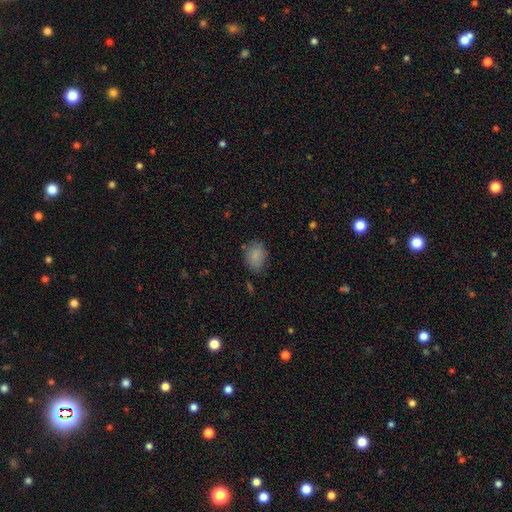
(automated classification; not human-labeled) A smooth galaxy with no disk features (85%) that is in between round and cigar-shaped (56%).

Vote fractions:
- Smooth or featured? smooth: 85% / star or artifact: 9% / featured or disk: 6%
- How rounded? in between: 56% / round: 43% / cigar-shaped: 1%
- Merging? none: 72% / minor disturbance: 21% / major disturbance: 5% / merger: 2%